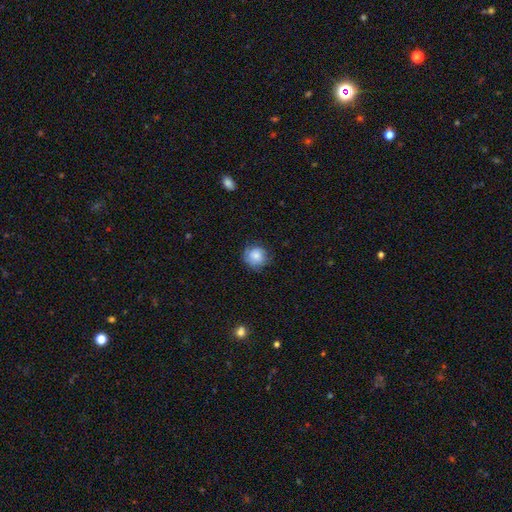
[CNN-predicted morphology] type=smooth (76%); roundness=round (88%); merging=none (75%).